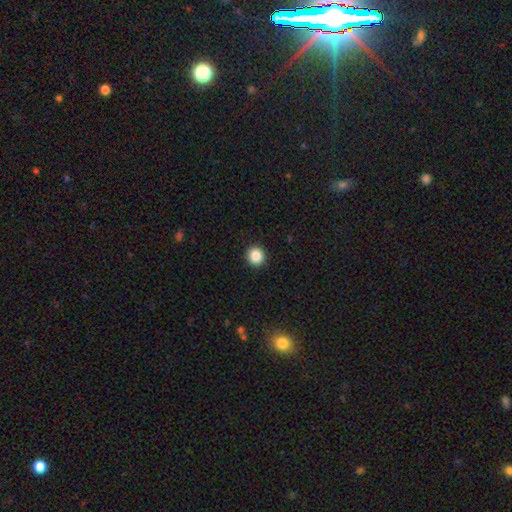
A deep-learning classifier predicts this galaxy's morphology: This is clearly a smooth galaxy (87%). How rounded: clearly round (94%). Merging: clearly none (93%).